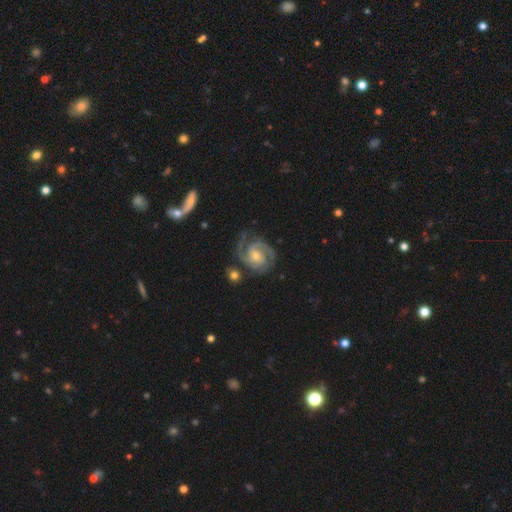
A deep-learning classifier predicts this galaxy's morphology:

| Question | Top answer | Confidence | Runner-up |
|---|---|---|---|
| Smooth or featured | featured or disk | 91% | smooth (5%) |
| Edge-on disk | no | 98% | yes (2%) |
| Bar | no | 54% | weak (36%) |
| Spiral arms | yes | 98% | no (2%) |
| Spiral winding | tight | 58% | medium (36%) |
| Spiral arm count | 2 | 72% | 3 (14%) |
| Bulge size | small | 51% | moderate (43%) |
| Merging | none | 71% | minor disturbance (17%) |